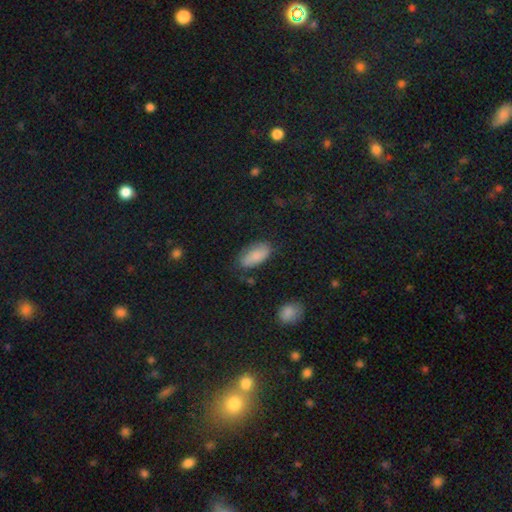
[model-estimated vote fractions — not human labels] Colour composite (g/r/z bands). It shows a smooth galaxy with no disk features (82%) that is in between round and cigar-shaped (91%). Merging: none (72%).